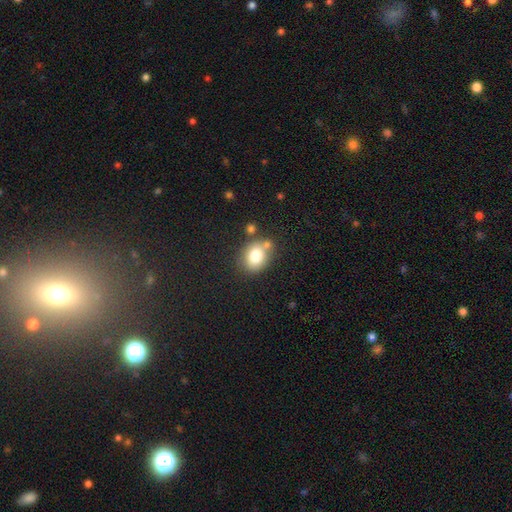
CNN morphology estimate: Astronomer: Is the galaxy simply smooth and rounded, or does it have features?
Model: smooth — 78%.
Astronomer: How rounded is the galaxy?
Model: round — 51% (runner-up: in between, 48%).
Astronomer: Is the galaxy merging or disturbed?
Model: none — 64%.